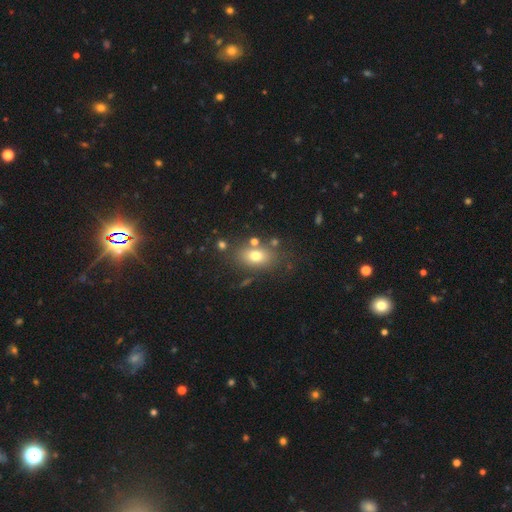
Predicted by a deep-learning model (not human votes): smooth-or-featured: smooth: 74% | featured or disk: 14% | star or artifact: 12%
  how-rounded: in between: 79% | round: 19% | cigar-shaped: 2%
  merging: none: 75% | minor disturbance: 13% | merger: 7% | major disturbance: 5%